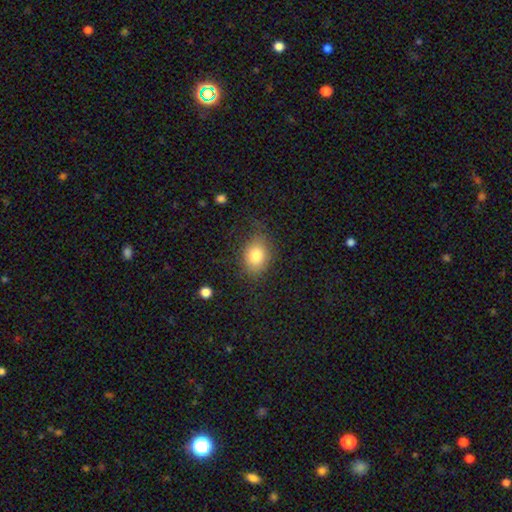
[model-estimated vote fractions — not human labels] Smooth or featured? Predicted: smooth (p=0.80). How rounded? Predicted: in between (p=0.66). Merging? Predicted: none (p=0.72).